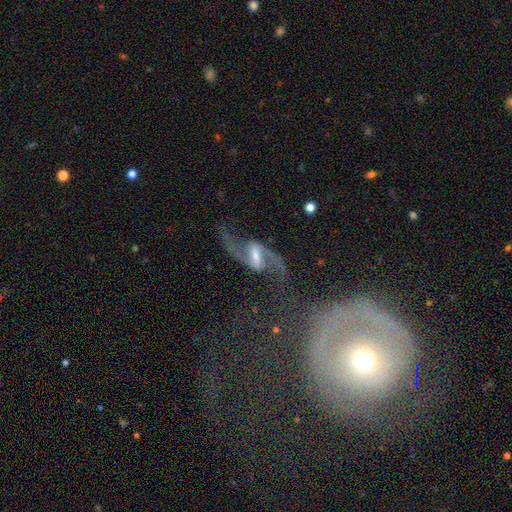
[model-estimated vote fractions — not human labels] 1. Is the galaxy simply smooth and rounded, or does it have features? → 90% featured or disk, 6% star or artifact, 4% smooth.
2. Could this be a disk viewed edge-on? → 96% no, 4% yes.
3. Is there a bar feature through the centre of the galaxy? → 49% strong, 41% weak, 10% no.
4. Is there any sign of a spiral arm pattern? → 97% yes, 3% no.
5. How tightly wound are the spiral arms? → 73% loose, 22% medium, 5% tight.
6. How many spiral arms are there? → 94% 2, 1% can't tell, 1% 1, 1% 3, 1% 4, 1% more than 4.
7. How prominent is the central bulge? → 44% moderate, 36% small, 10% none, 8% large, 2% dominant.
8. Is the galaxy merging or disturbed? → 74% none, 13% minor disturbance, 10% major disturbance, 3% merger.